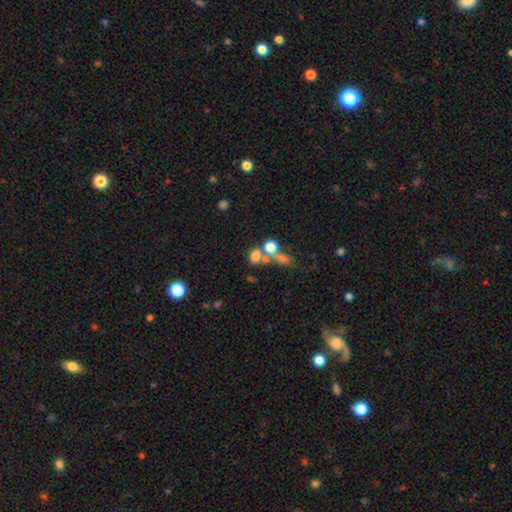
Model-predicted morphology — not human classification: Q: Smooth or featured?
A: smooth (69%); runner-up: star or artifact (17%)
Q: How rounded?
A: round (54%); runner-up: in between (43%)
Q: Merging?
A: merger (42%); runner-up: none (41%)